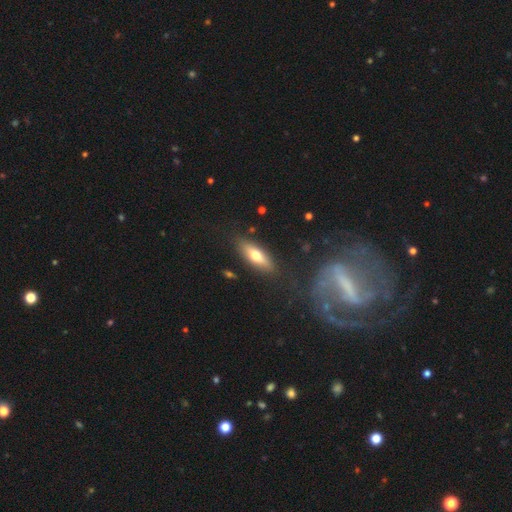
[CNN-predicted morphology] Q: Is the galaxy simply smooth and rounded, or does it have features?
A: smooth — 59%.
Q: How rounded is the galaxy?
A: in between — 58%.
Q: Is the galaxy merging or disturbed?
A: none — 83%.